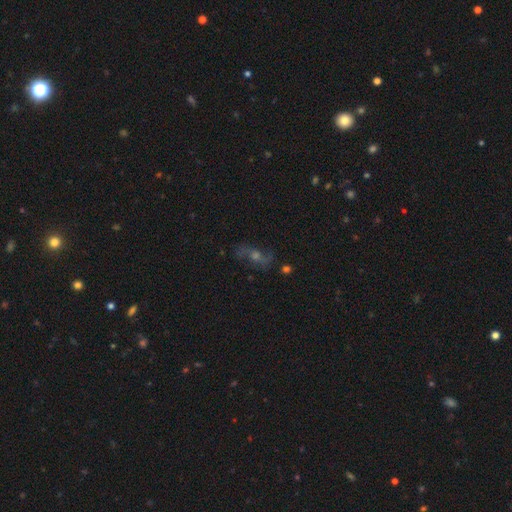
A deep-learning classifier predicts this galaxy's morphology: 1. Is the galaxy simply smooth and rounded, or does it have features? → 59% featured or disk, 22% star or artifact, 19% smooth.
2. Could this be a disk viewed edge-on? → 85% no, 15% yes.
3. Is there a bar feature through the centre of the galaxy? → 63% no, 29% weak, 8% strong.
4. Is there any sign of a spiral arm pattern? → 85% yes, 15% no.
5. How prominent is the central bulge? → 58% moderate, 21% small, 14% large, 4% none, 2% dominant.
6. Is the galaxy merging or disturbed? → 74% none, 15% minor disturbance, 8% major disturbance, 3% merger.